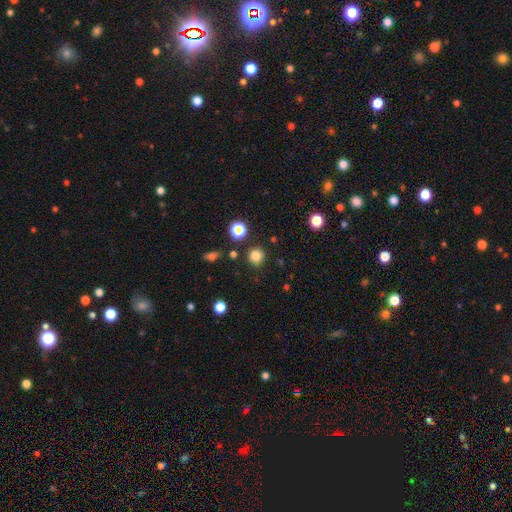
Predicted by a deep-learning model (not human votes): This is clearly a smooth galaxy (82%). How rounded: clearly round (92%). Merging: clearly none (87%).